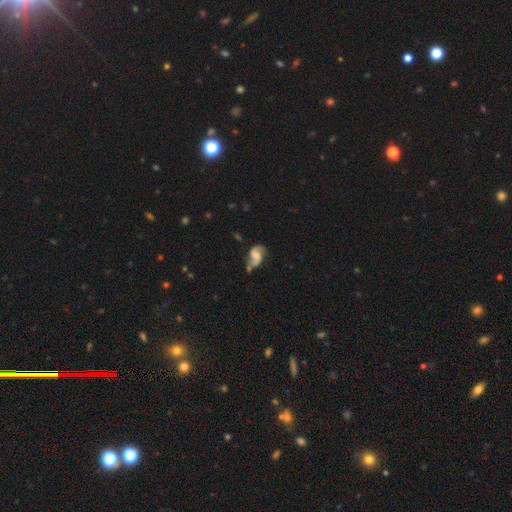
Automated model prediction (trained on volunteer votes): Smooth or featured? Predicted: featured or disk (p=0.70). Edge-on disk? Predicted: no (p=0.97). Bar? Predicted: no (p=0.44). Spiral arms? Predicted: yes (p=0.91). Spiral winding? Predicted: loose (p=0.47). Spiral arm count? Predicted: 2 (p=0.86). Bulge size? Predicted: moderate (p=0.33). Merging? Predicted: none (p=0.48).